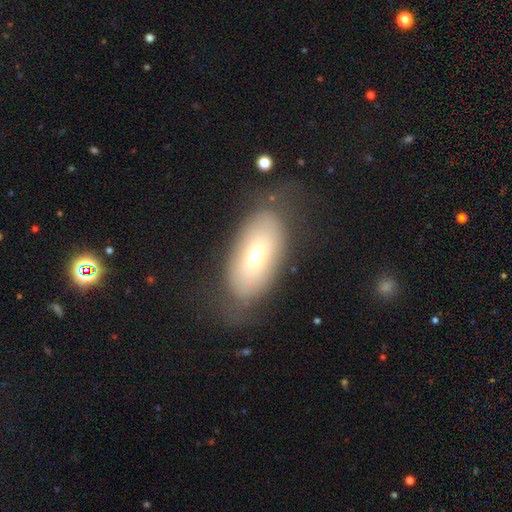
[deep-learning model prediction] Morphology: type=smooth (57%); roundness=in between (89%); merging=none (69%).